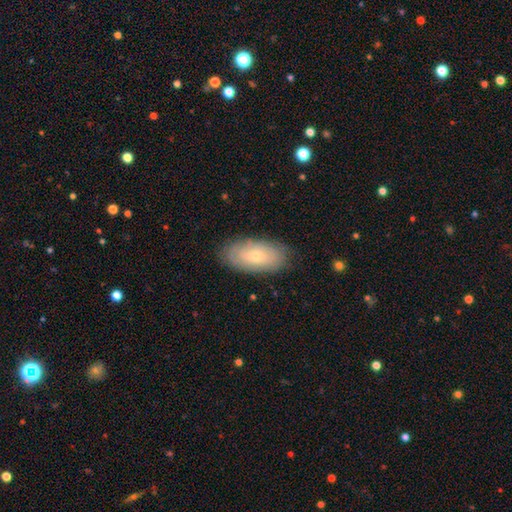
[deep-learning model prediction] Smooth or featured? smooth (57%)
How rounded? in between (92%)
Merging? none (84%)